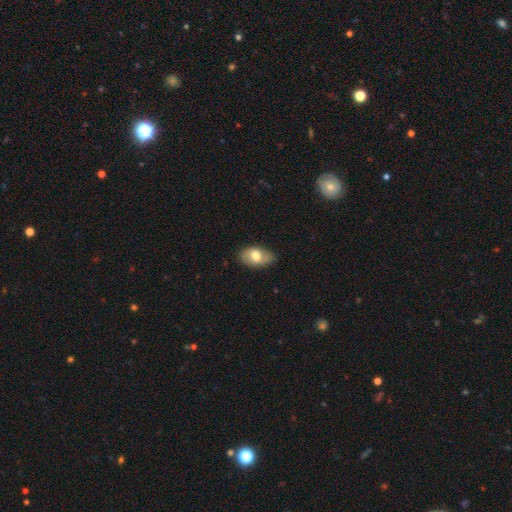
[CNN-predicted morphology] Smooth or featured? Predicted: smooth (p=0.66). How rounded? Predicted: in between (p=0.92). Merging? Predicted: none (p=0.78).